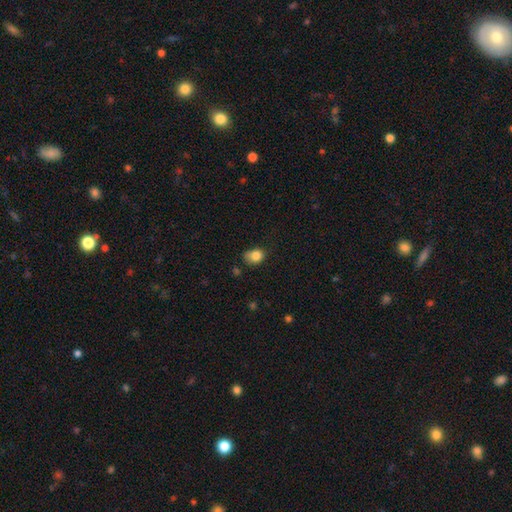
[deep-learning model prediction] This appears to be a smooth galaxy with no disk features (82%) that is in between round and cigar-shaped (58%). Merging: none (46%).